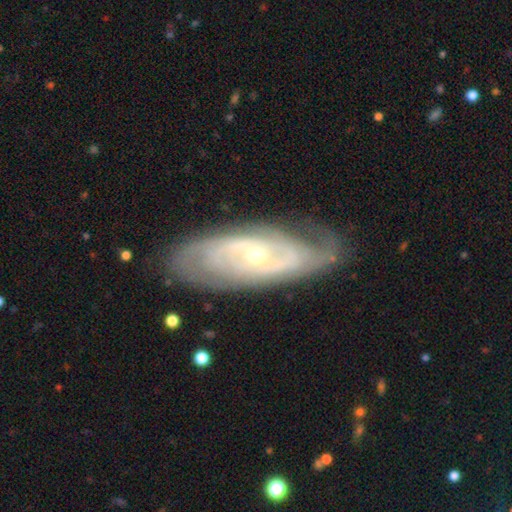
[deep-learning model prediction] This appears to be a featured or disk galaxy (84%) with no bar (64%), tight (64%) spiral arms (89%) and a small central bulge (64%). Merging: none (78%).